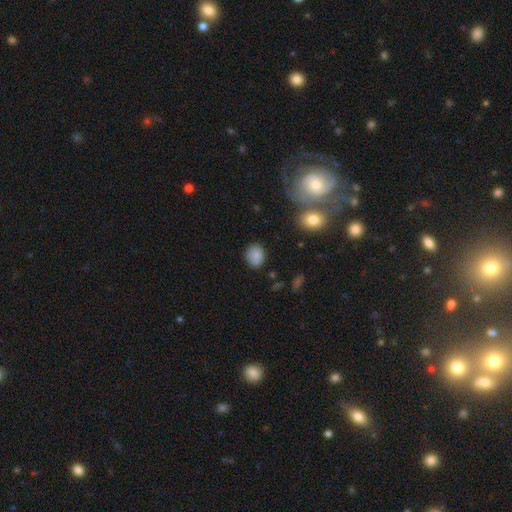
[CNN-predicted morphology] Q: Smooth or featured?
A: smooth (84%); runner-up: star or artifact (9%)
Q: How rounded?
A: round (60%); runner-up: in between (39%)
Q: Merging?
A: none (83%); runner-up: minor disturbance (12%)